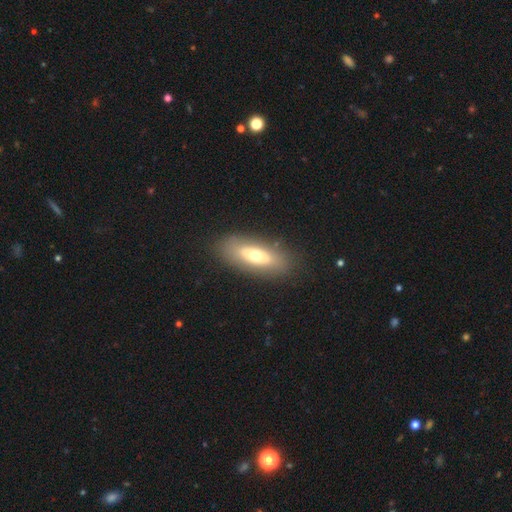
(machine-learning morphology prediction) Smooth or featured: smooth — 55% (featured or disk — 38%)
How rounded: in between — 75% (cigar-shaped — 21%)
Merging: none — 84% (minor disturbance — 11%)